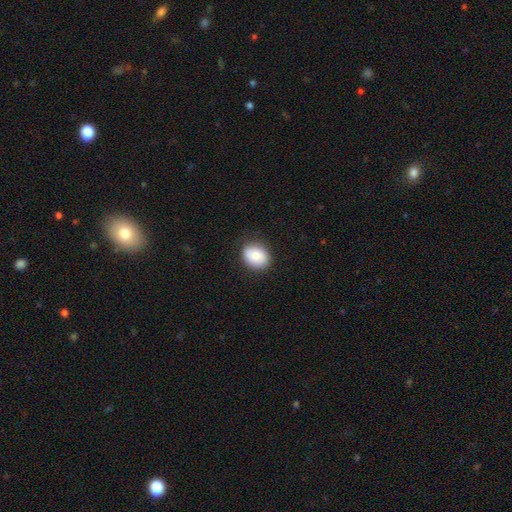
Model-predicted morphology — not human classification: Smooth or featured? Predicted: smooth (p=0.79). How rounded? Predicted: round (p=0.52). Merging? Predicted: none (p=0.83).